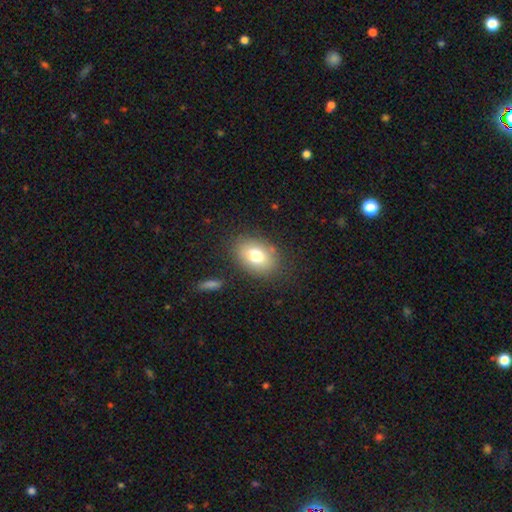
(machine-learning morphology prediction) A smooth galaxy with no disk features (75%) that is in between round and cigar-shaped (74%). Merging: none (82%).